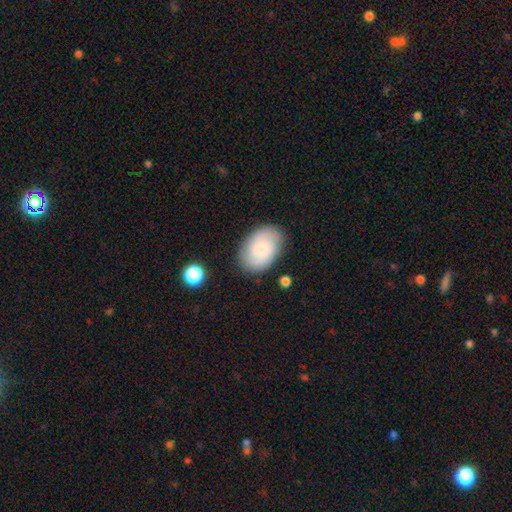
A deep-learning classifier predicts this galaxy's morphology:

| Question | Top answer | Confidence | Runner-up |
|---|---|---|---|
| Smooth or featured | smooth | 66% | featured or disk (27%) |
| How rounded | in between | 84% | round (15%) |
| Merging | none | 82% | minor disturbance (13%) |